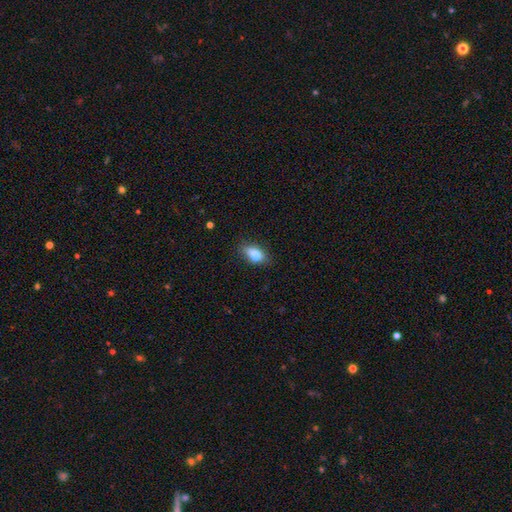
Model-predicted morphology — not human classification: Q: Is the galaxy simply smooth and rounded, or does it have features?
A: smooth — 77%.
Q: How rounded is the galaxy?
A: in between — 84%.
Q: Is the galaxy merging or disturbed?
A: none — 67%.